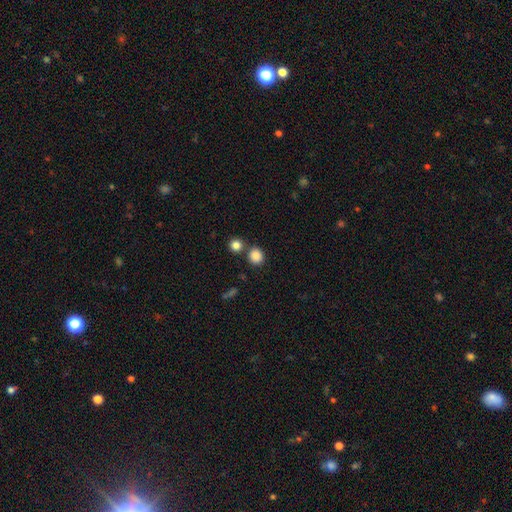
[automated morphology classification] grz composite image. It shows a smooth galaxy with no disk features (85%) that is round (83%). Merging: none (73%).